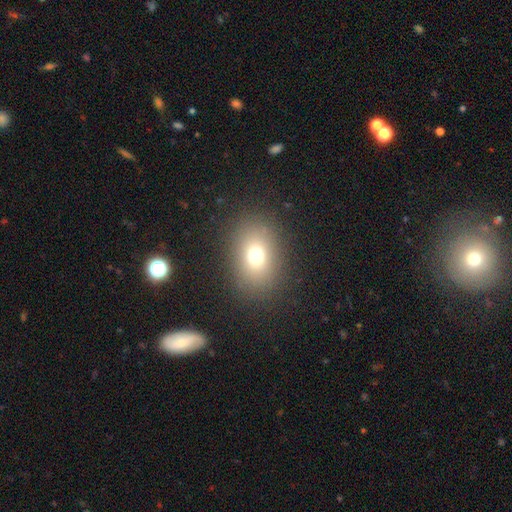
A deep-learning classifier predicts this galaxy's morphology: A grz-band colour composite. It shows a smooth galaxy with no disk features (70%) that is in between round and cigar-shaped (65%). Merging: none (85%).